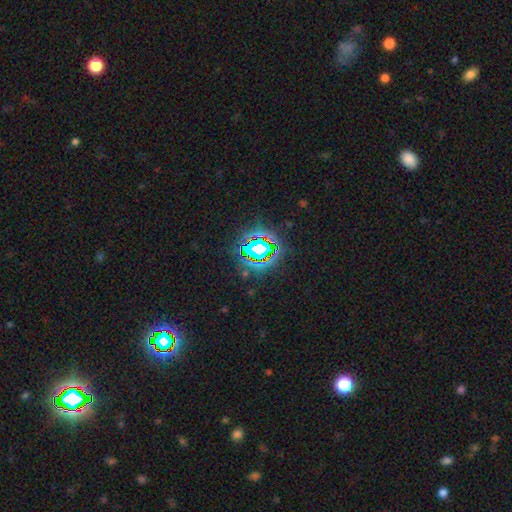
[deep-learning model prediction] Q: Smooth or featured?
A: star or artifact (75%); runner-up: smooth (14%)